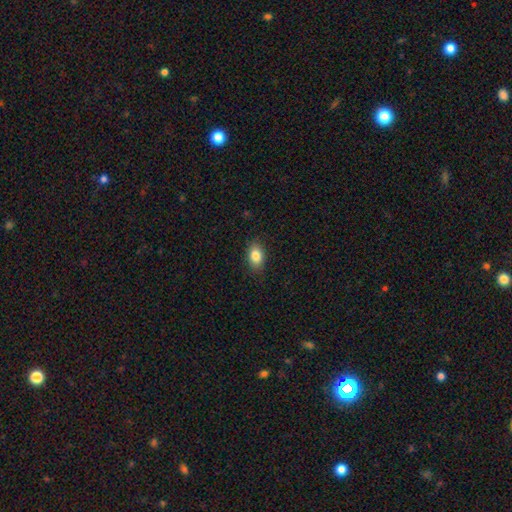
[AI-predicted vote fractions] smooth_or_featured: smooth (p=0.84) [alt: star or artifact p=0.08]
how_rounded: in between (p=0.88) [alt: round p=0.11]
merging: none (p=0.87) [alt: minor disturbance p=0.10]